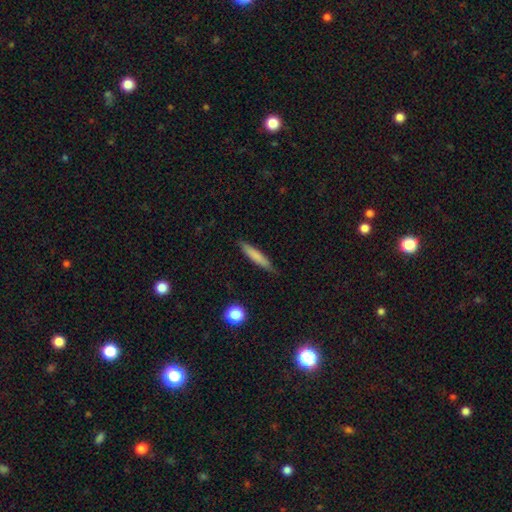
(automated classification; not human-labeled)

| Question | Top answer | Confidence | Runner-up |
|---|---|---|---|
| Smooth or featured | smooth | 75% | featured or disk (18%) |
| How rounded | cigar-shaped | 90% | in between (9%) |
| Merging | none | 84% | minor disturbance (12%) |